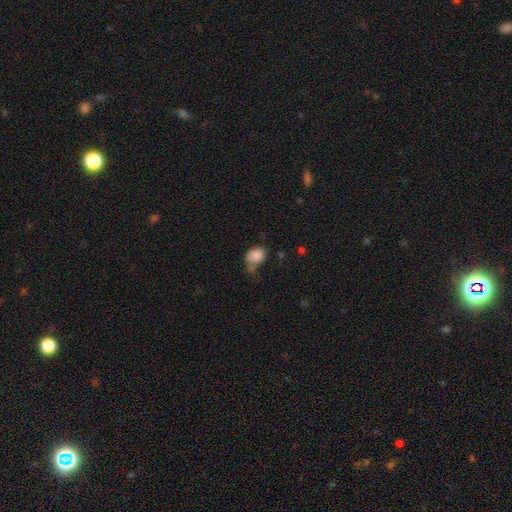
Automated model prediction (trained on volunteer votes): Smooth or featured? Predicted: smooth (p=0.86). How rounded? Predicted: in between (p=0.72). Merging? Predicted: none (p=0.53).